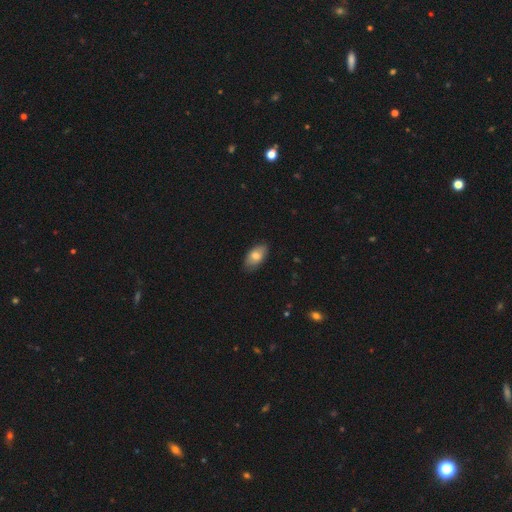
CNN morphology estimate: Smooth or featured: smooth — 78% (featured or disk — 16%)
How rounded: in between — 93% (round — 4%)
Merging: none — 81% (minor disturbance — 15%)